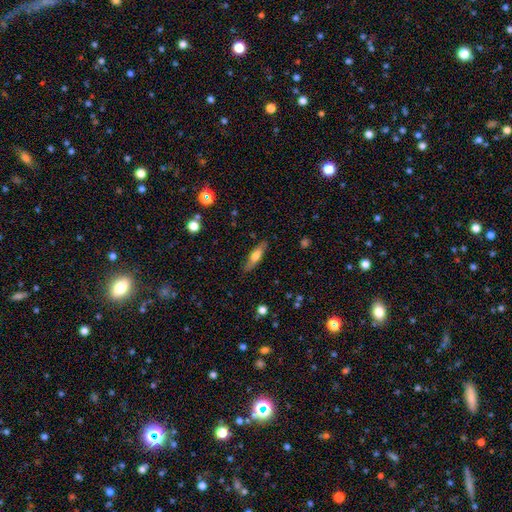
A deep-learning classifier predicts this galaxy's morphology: Smooth or featured: smooth — 60% (featured or disk — 34%)
How rounded: cigar-shaped — 62% (in between — 35%)
Merging: none — 85% (minor disturbance — 12%)